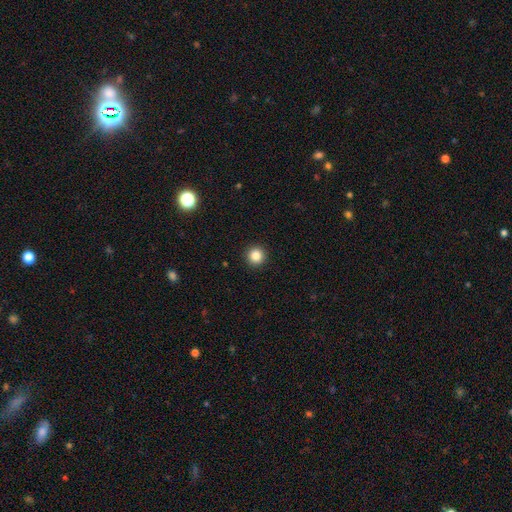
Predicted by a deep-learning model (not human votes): A smooth galaxy with no disk features (85%) that is round (96%).

Vote fractions:
- Smooth or featured? smooth: 85% / star or artifact: 11% / featured or disk: 4%
- How rounded? round: 96% / in between: 3% / cigar-shaped: 1%
- Merging? none: 93% / minor disturbance: 4% / major disturbance: 2% / merger: 1%